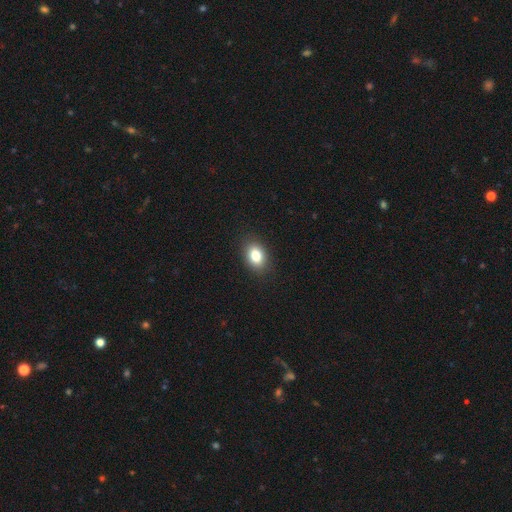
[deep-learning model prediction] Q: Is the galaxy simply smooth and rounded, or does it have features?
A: smooth — 83%.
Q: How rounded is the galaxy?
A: in between — 76%.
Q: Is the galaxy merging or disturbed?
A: none — 89%.